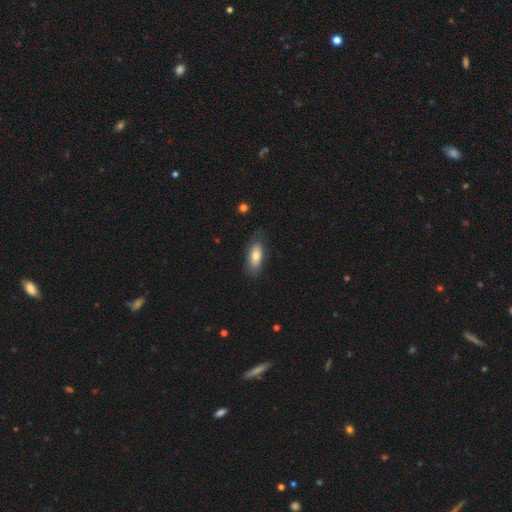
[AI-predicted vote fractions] A smooth galaxy with no disk features (74%) that is in between round and cigar-shaped (81%). Merging: none (73%).